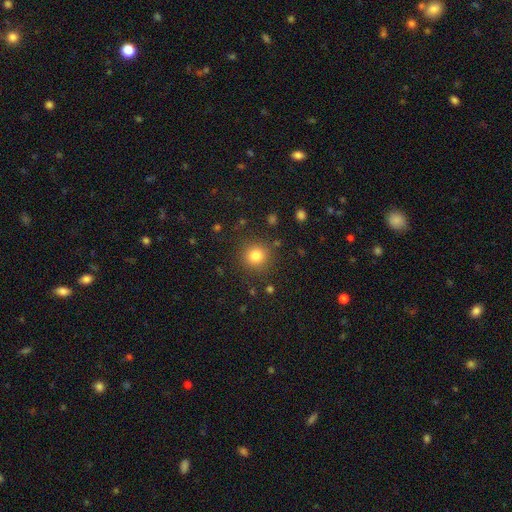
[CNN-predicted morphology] smooth-or-featured: smooth: 81% | star or artifact: 13% | featured or disk: 6%
  how-rounded: round: 92% | in between: 7% | cigar-shaped: 1%
  merging: none: 87% | minor disturbance: 8% | major disturbance: 3% | merger: 2%